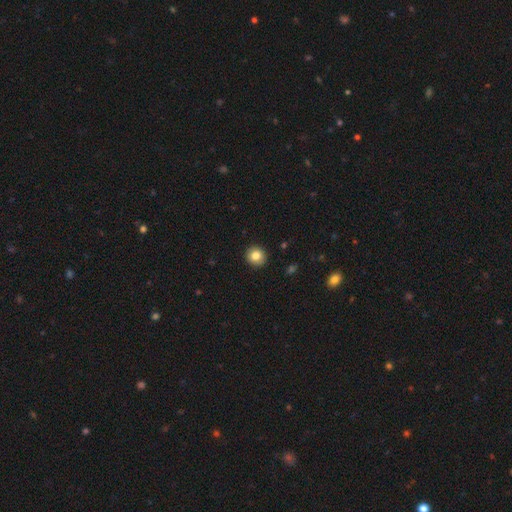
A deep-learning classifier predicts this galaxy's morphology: type=smooth (83%); roundness=round (90%); merging=none (92%).